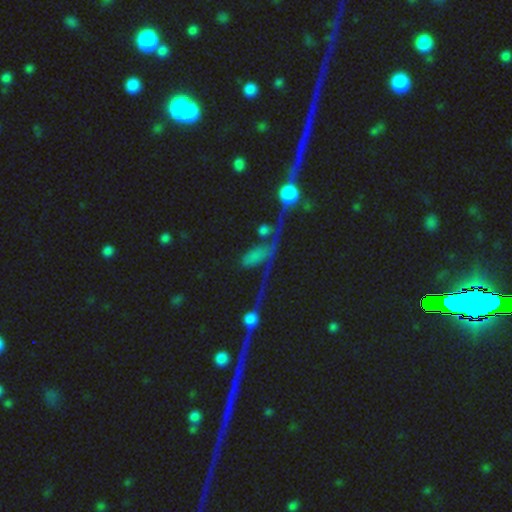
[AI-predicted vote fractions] Q: Smooth or featured?
A: smooth (41%); runner-up: featured or disk (34%)
Q: Merging?
A: none (30%); runner-up: major disturbance (28%)